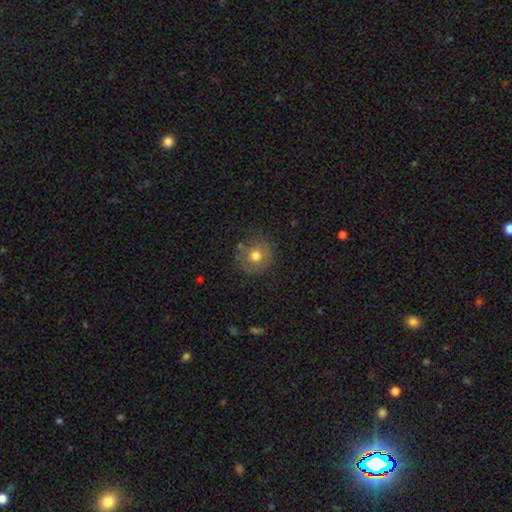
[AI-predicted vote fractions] This is likely a smooth galaxy (69%). How rounded: clearly round (90%). Merging: likely none (75%).